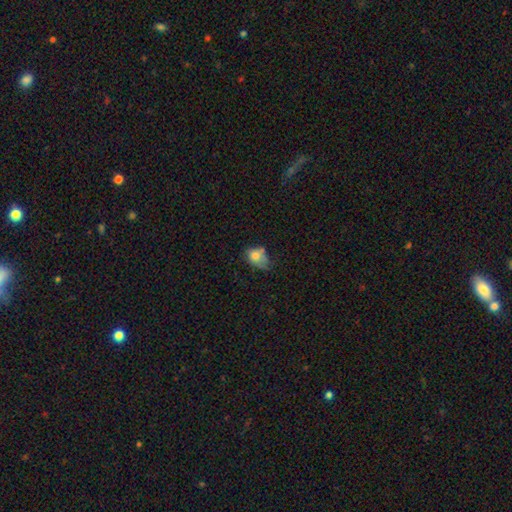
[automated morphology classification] The model was most divided on "merging": minor disturbance: 36%, none: 32%, major disturbance: 19%, merger: 13%. More confident: smooth or featured — smooth (73%); how rounded — in between (65%).